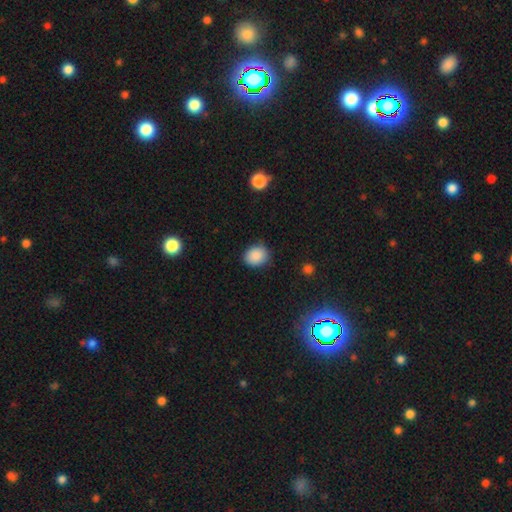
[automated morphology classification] type=smooth (88%); roundness=round (61%); merging=none (80%).